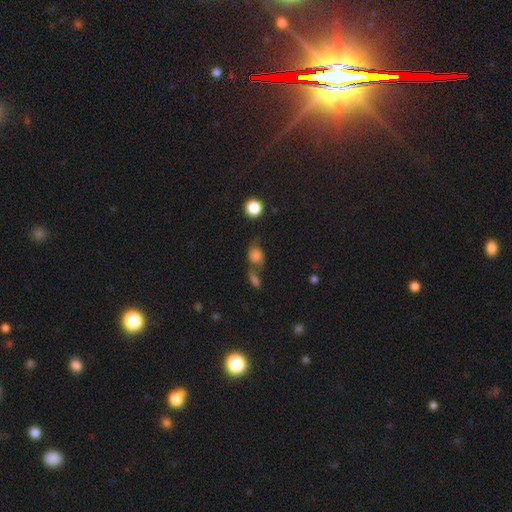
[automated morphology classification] Smooth or featured: smooth — 77% (star or artifact — 13%)
How rounded: round — 57% (in between — 41%)
Merging: none — 42% (merger — 30%)